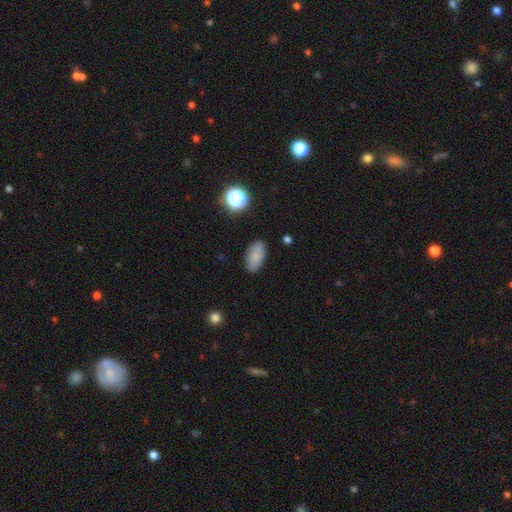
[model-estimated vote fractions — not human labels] Smooth or featured: smooth — 83% (star or artifact — 9%)
How rounded: in between — 93% (round — 5%)
Merging: none — 84% (minor disturbance — 11%)